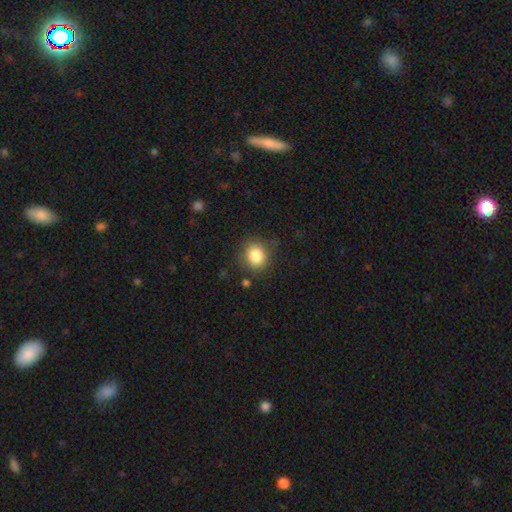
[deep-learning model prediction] This appears to be a smooth galaxy with no disk features (84%) that is round (83%). Merging: none (84%).